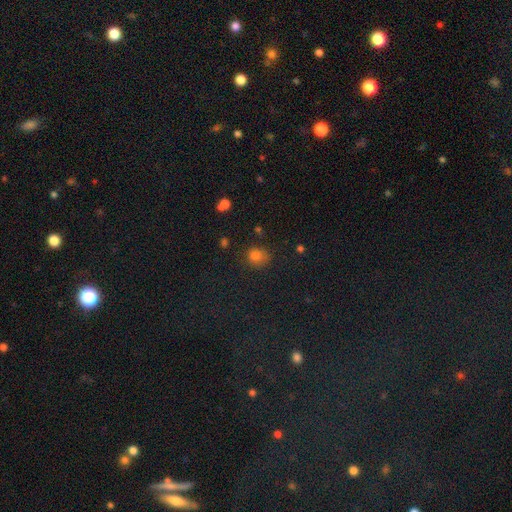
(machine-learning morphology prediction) Smooth or featured? smooth (76%)
How rounded? round (74%)
Merging? none (69%)